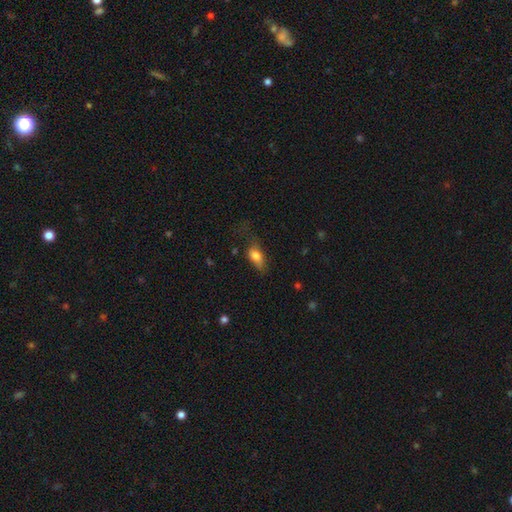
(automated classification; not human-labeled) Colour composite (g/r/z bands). It shows a smooth galaxy with no disk features (77%) that is in between round and cigar-shaped (81%). Merging: none (36%).